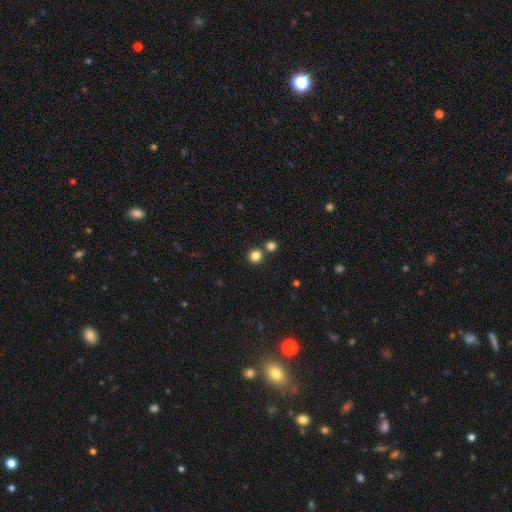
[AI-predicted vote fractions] Morphology: type=smooth (83%); roundness=round (90%); merging=none (76%).